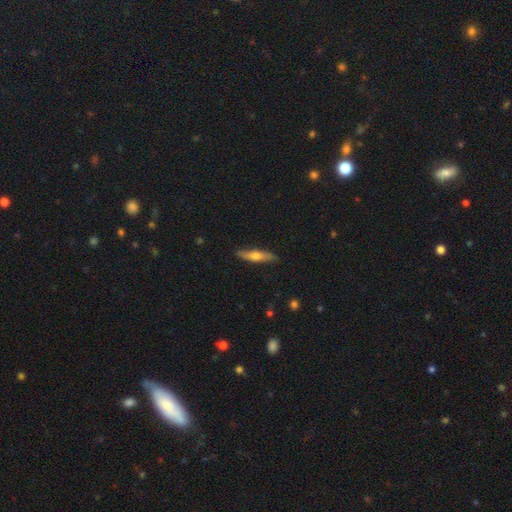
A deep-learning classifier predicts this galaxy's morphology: This appears to be a smooth galaxy with no disk features (53%) that is cigar-shaped (80%). Merging: none (86%).